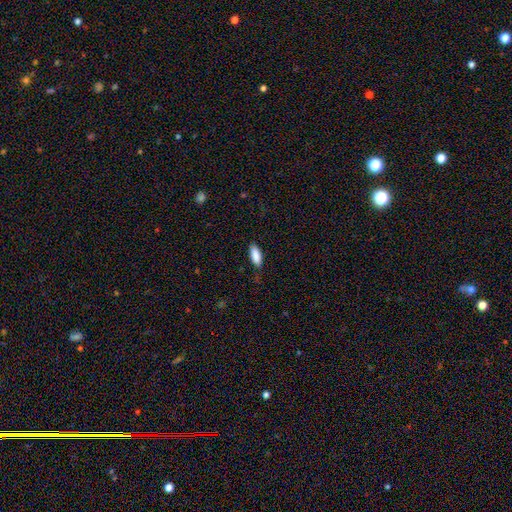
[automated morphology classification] Smooth or featured? smooth (88%)
How rounded? in between (79%)
Merging? none (78%)